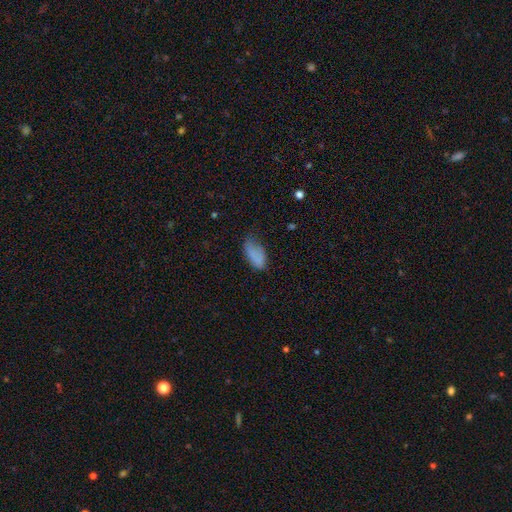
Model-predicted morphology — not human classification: smooth 81%, featured or disk 10%, star or artifact 9%. Down the decision tree: how rounded — in between (92%); merging — none (43%).